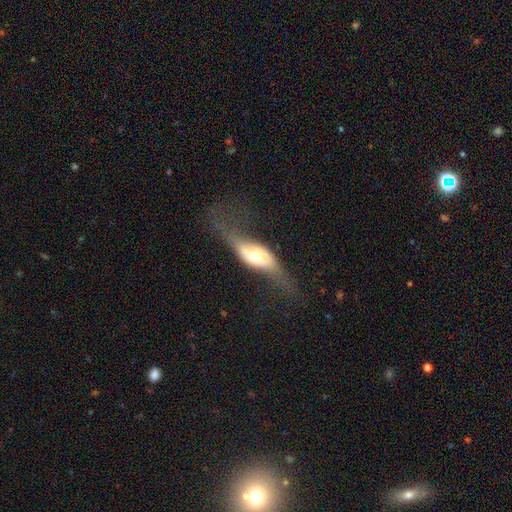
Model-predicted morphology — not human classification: Smooth or featured: featured or disk — 64% (smooth — 30%)
Edge-on disk: no — 65% (yes — 35%)
Merging: none — 43% (major disturbance — 31%)